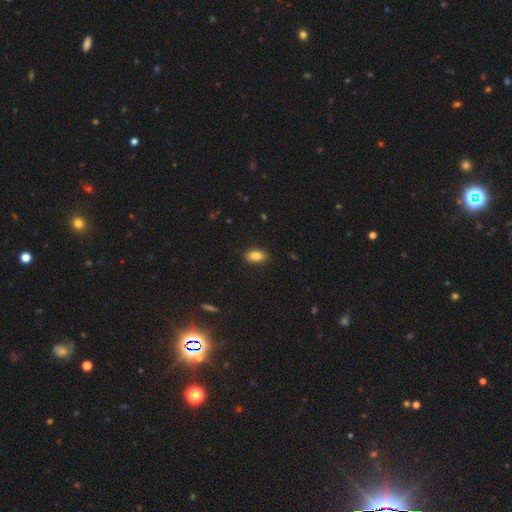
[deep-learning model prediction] Smooth or featured?
  - smooth: 84% *
  - star or artifact: 8%
  - featured or disk: 7%
How rounded?
  - in between: 89% *
  - round: 6%
  - cigar-shaped: 5%
Merging?
  - none: 89% *
  - minor disturbance: 8%
  - major disturbance: 2%
  - merger: 1%